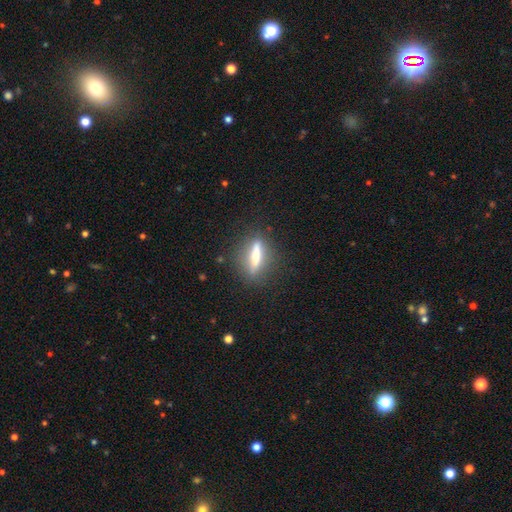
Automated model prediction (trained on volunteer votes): The model was most divided on "smooth or featured": featured or disk: 47%, smooth: 44%, star or artifact: 9%. More confident: merging — none (84%).